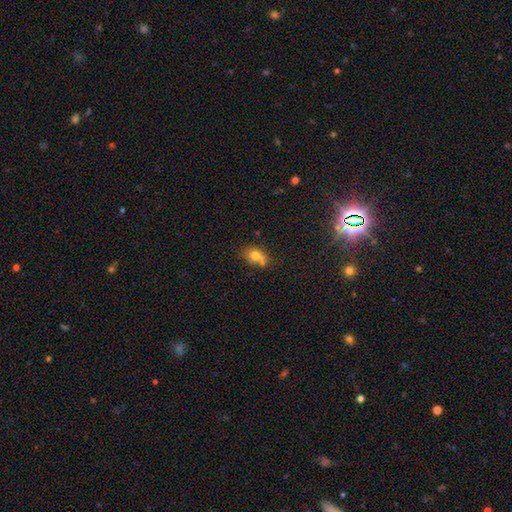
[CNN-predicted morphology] A smooth galaxy with no disk features (70%) that is in between round and cigar-shaped (57%). Merging: none (41%).